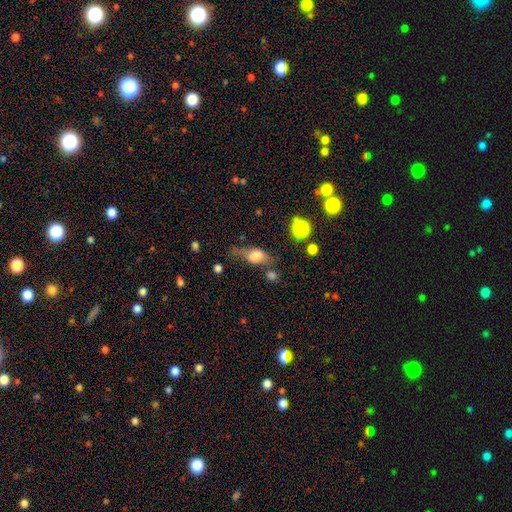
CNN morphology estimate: Q: Smooth or featured?
A: smooth (58%); runner-up: featured or disk (32%)
Q: How rounded?
A: in between (68%); runner-up: round (16%)
Q: Merging?
A: none (49%); runner-up: minor disturbance (26%)